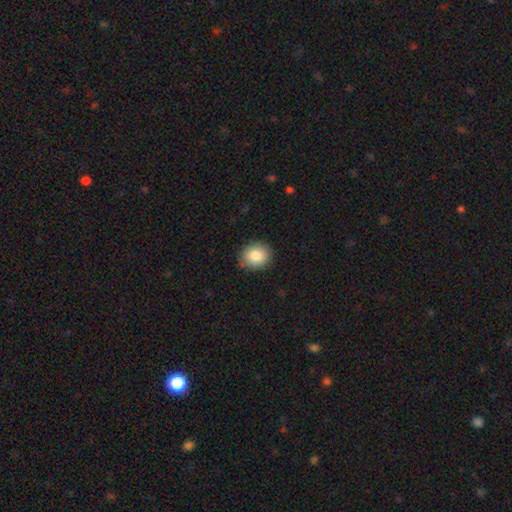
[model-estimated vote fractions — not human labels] smooth 83%, star or artifact 9%, featured or disk 8%. Down the decision tree: how rounded — round (75%); merging — none (87%).